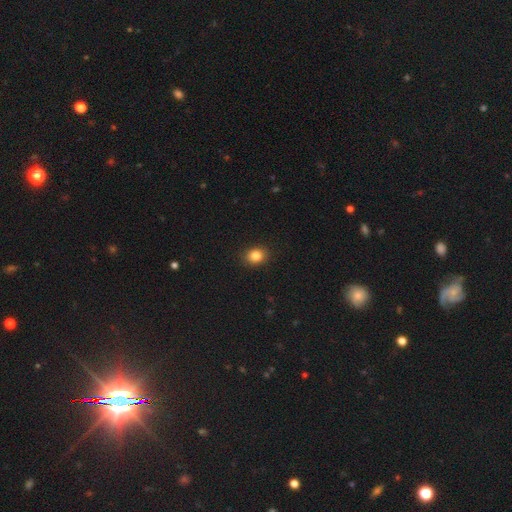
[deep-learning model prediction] This appears to be a smooth galaxy with no disk features (85%) that is round (56%). Merging: none (90%).